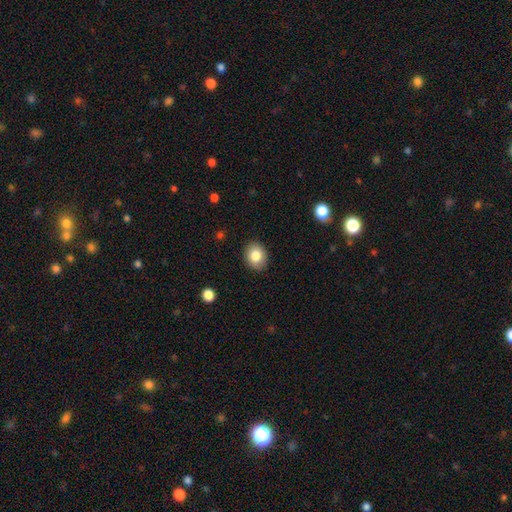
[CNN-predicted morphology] Smooth or featured? Predicted: smooth (p=0.84). How rounded? Predicted: round (p=0.54). Merging? Predicted: none (p=0.89).